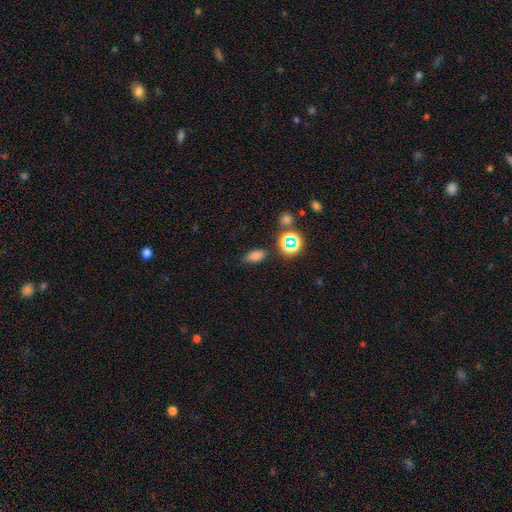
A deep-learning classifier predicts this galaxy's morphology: type=smooth (73%); roundness=in between (84%); merging=none (78%).